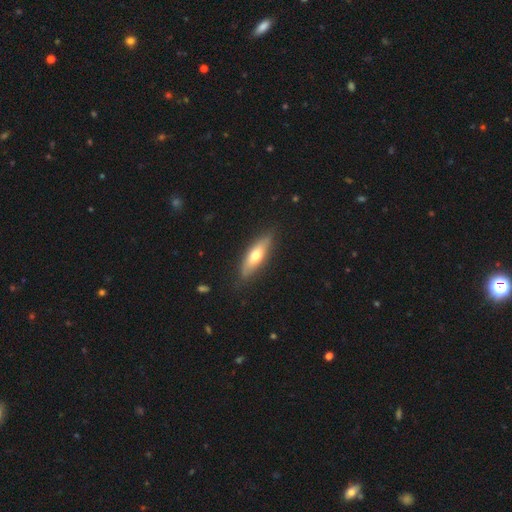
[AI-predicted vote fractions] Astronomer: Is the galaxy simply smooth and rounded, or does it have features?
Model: smooth — 60%.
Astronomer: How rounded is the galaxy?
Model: cigar-shaped — 51% (runner-up: in between, 47%).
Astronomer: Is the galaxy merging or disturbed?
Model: none — 82%.